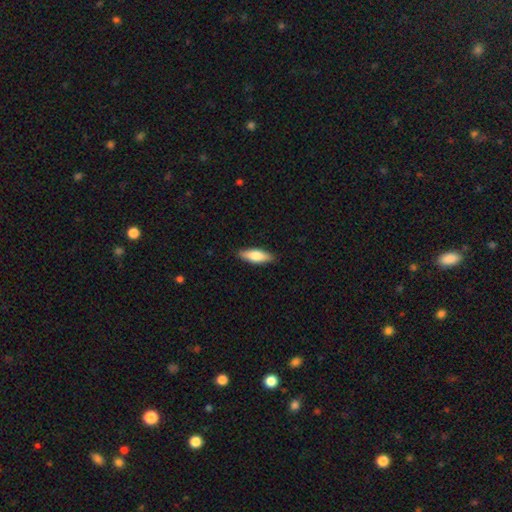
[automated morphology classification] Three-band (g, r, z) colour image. It shows a smooth galaxy with no disk features (72%) that is in between round and cigar-shaped (58%). Merging: none (88%).